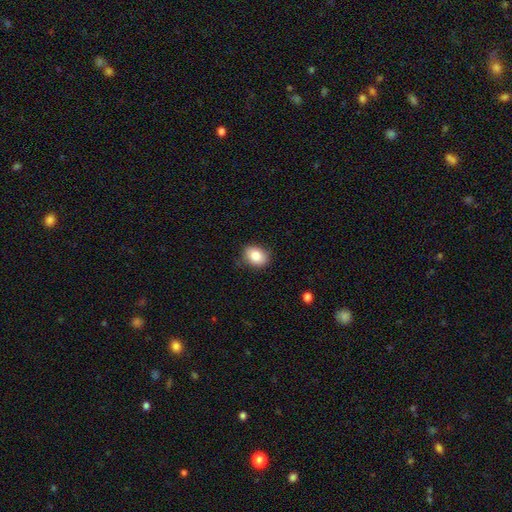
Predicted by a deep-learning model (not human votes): Smooth or featured? Predicted: smooth (p=0.84). How rounded? Predicted: in between (p=0.59). Merging? Predicted: none (p=0.83).